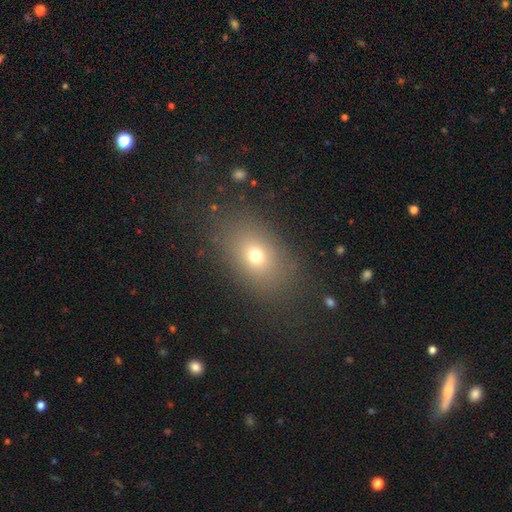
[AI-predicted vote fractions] smooth 69%, star or artifact 16%, featured or disk 14%. Down the decision tree: how rounded — in between (74%); merging — none (83%).